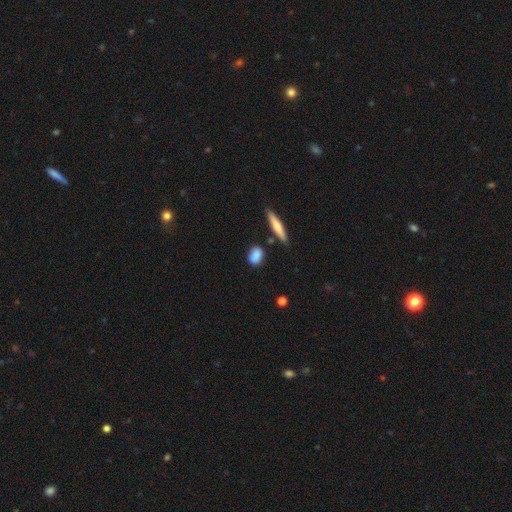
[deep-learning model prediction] Morphology: type=smooth (84%); roundness=in between (66%); merging=none (76%).